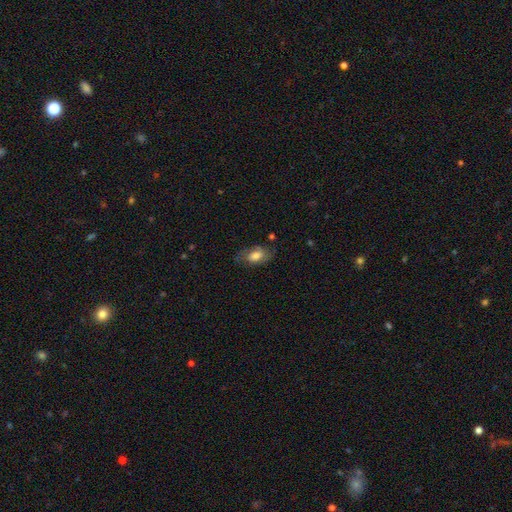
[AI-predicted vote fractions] smooth-or-featured: smooth: 55% | featured or disk: 38% | star or artifact: 8%
  how-rounded: in between: 88% | round: 9% | cigar-shaped: 4%
  merging: none: 67% | minor disturbance: 21% | major disturbance: 10% | merger: 2%